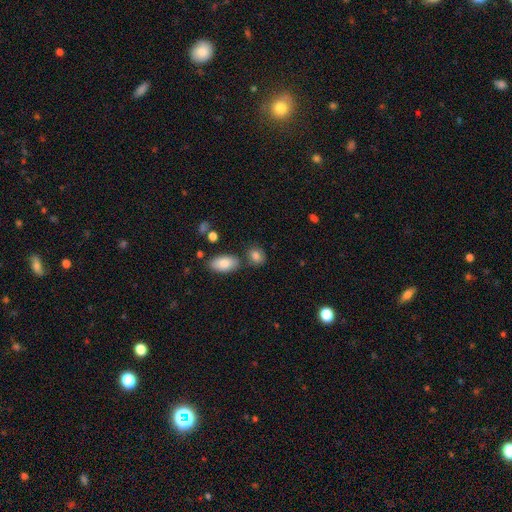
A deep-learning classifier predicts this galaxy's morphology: Smooth or featured? smooth (83%)
How rounded? in between (60%)
Merging? none (66%)